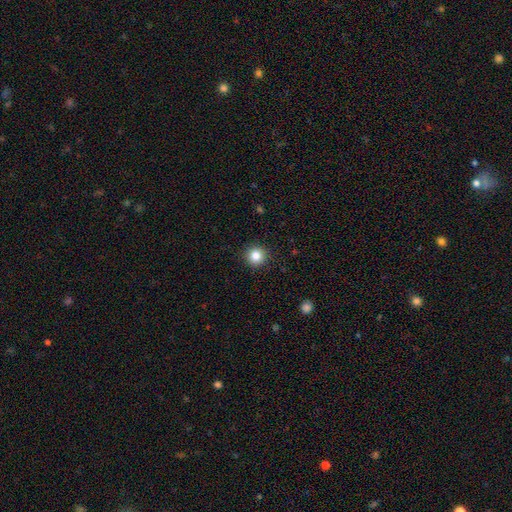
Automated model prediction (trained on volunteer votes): The model was most divided on "smooth or featured": smooth: 83%, star or artifact: 11%, featured or disk: 6%. More confident: how rounded — round (95%); merging — none (92%).